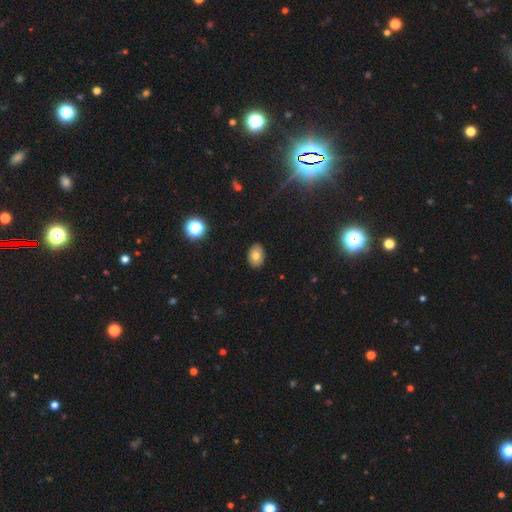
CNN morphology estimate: A smooth galaxy with no disk features (76%) that is in between round and cigar-shaped (76%). Merging: none (89%).